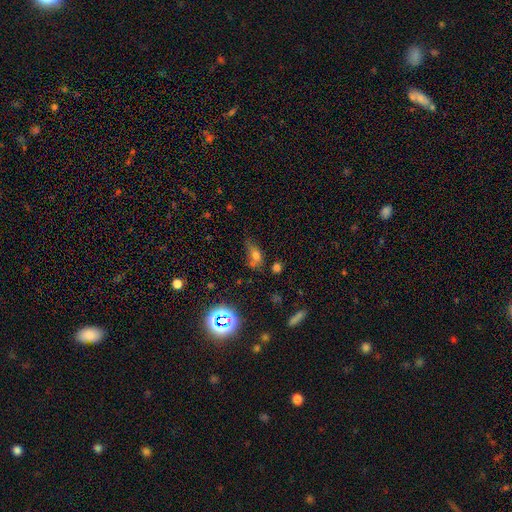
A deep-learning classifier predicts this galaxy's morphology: smooth_or_featured: smooth (p=0.64) [alt: star or artifact p=0.21]
how_rounded: in between (p=0.74) [alt: round p=0.18]
merging: none (p=0.45) [alt: minor disturbance p=0.26]